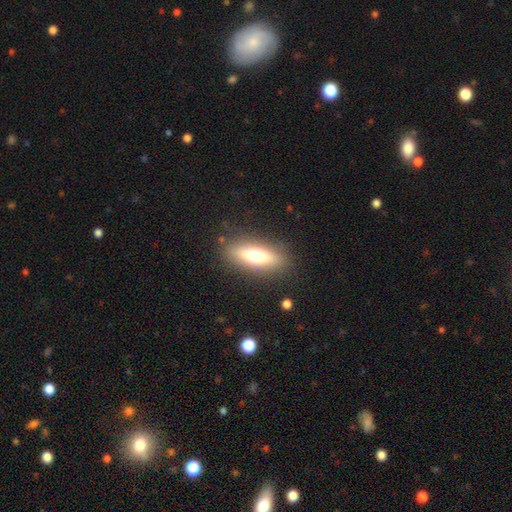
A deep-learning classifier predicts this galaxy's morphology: Smooth or featured? smooth (60%)
How rounded? in between (56%)
Merging? none (85%)